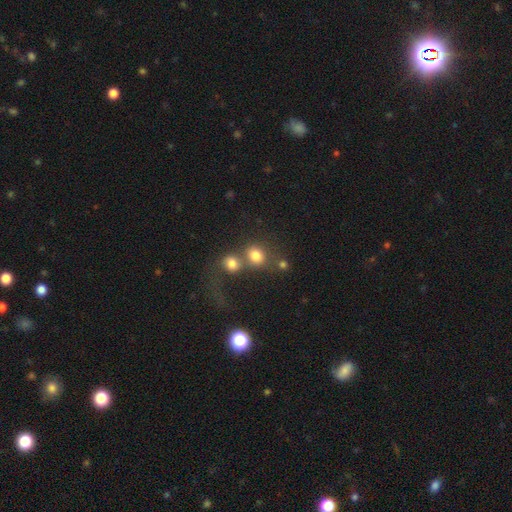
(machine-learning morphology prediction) Smooth or featured?
  - smooth: 77% *
  - star or artifact: 13%
  - featured or disk: 10%
How rounded?
  - round: 65% *
  - in between: 33%
  - cigar-shaped: 1%
Merging?
  - merger: 45% *
  - none: 39%
  - minor disturbance: 9%
  - major disturbance: 7%